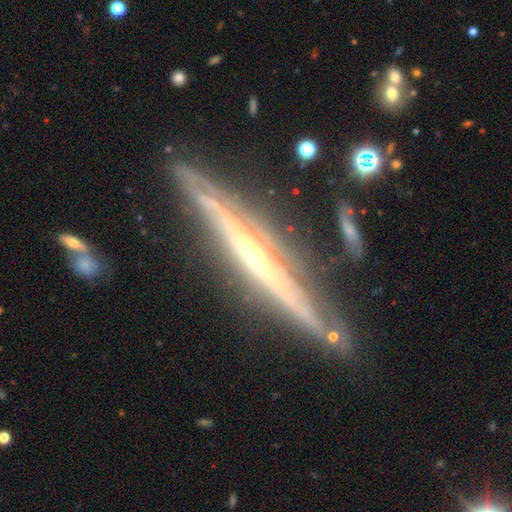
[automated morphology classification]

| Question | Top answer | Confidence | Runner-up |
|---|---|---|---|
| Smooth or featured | featured or disk | 85% | smooth (9%) |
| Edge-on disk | yes | 95% | no (5%) |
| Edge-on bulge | rounded | 63% | none (32%) |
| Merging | none | 81% | minor disturbance (13%) |